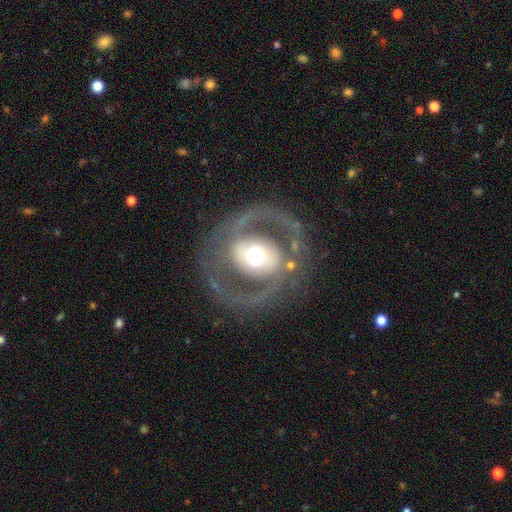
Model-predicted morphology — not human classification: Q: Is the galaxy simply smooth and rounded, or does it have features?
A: featured or disk — 78%.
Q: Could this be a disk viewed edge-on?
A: no — 96%.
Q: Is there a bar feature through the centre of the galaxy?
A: no — 51%.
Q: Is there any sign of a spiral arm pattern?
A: yes — 75%.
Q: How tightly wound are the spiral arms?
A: medium — 48%.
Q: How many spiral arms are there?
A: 2 — 87%.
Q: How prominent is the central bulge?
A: moderate — 45%.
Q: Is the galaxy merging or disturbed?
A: none — 74%.